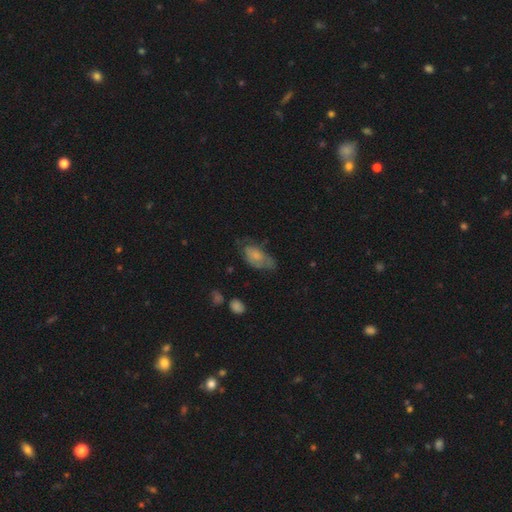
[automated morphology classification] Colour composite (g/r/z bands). It shows a smooth galaxy with no disk features (61%) that is in between round and cigar-shaped (89%). Merging: none (42%).